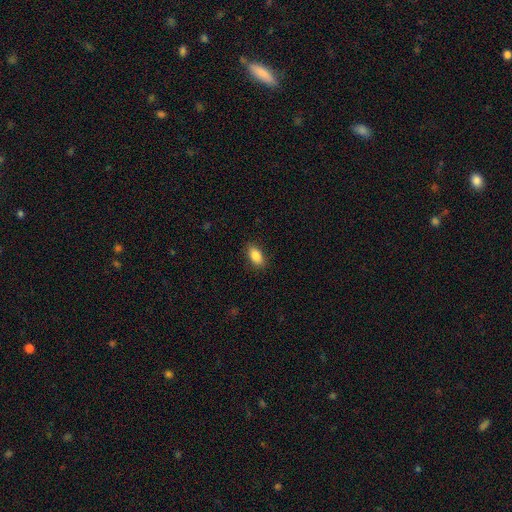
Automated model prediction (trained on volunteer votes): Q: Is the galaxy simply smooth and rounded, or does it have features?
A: smooth — 87%.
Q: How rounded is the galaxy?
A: in between — 91%.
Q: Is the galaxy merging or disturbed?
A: none — 88%.